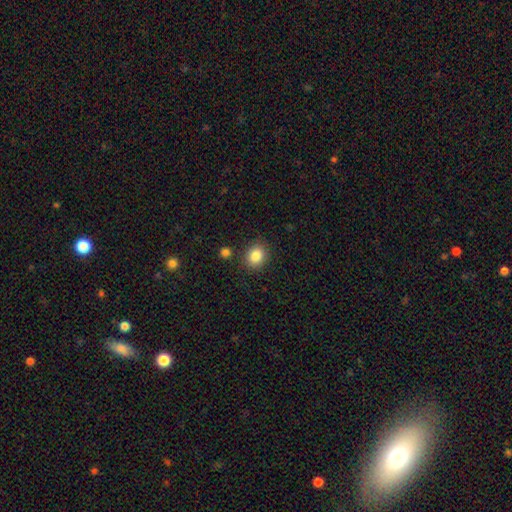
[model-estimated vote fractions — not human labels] Smooth or featured: smooth — 85% (star or artifact — 10%)
How rounded: round — 65% (in between — 34%)
Merging: none — 85% (minor disturbance — 9%)